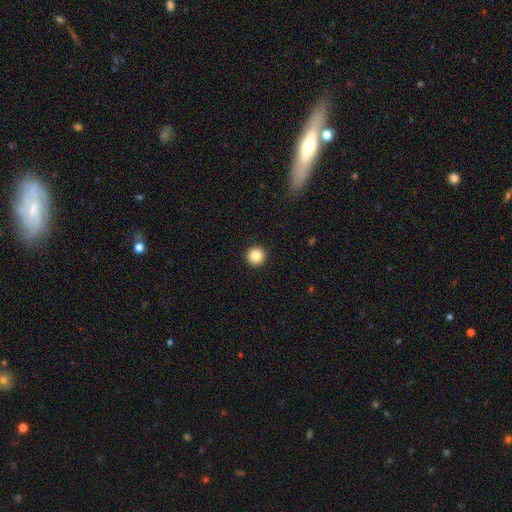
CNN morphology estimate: smooth-or-featured: smooth: 85% | star or artifact: 10% | featured or disk: 5%
  how-rounded: round: 96% | in between: 3% | cigar-shaped: 1%
  merging: none: 94% | minor disturbance: 4% | major disturbance: 2% | merger: 1%